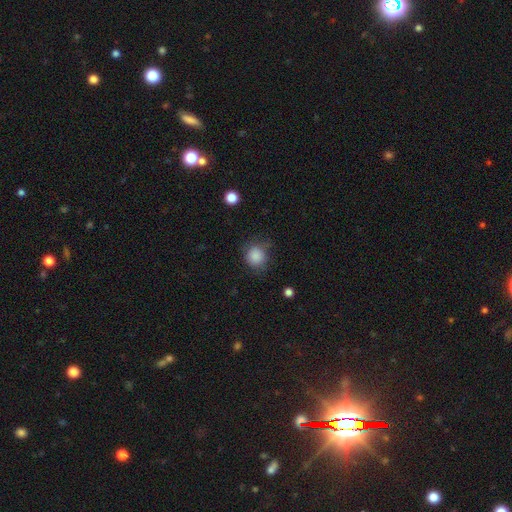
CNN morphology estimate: smooth-or-featured: smooth: 85% | star or artifact: 10% | featured or disk: 5%
  how-rounded: round: 83% | in between: 16% | cigar-shaped: 1%
  merging: none: 69% | minor disturbance: 22% | major disturbance: 8% | merger: 2%